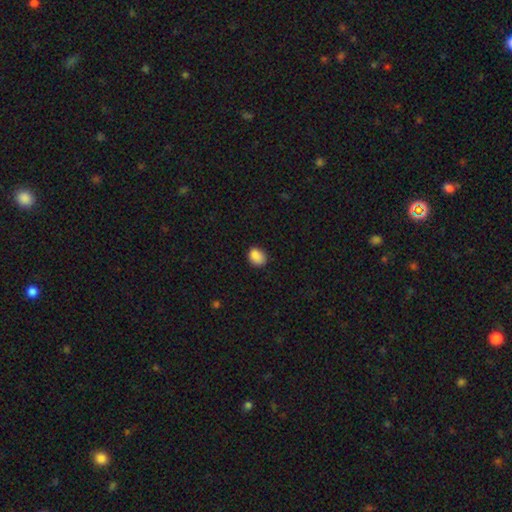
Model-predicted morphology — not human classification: The model was most divided on "how rounded": in between: 60%, round: 39%, cigar-shaped: 1%. More confident: smooth or featured — smooth (86%); merging — none (74%).